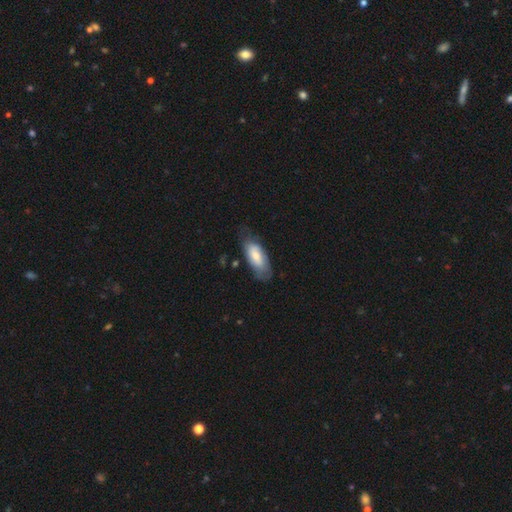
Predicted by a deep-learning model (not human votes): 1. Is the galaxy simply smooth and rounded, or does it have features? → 66% smooth, 28% featured or disk, 6% star or artifact.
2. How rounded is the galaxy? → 84% in between, 14% cigar-shaped, 2% round.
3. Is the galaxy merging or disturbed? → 61% none, 27% minor disturbance, 10% major disturbance, 2% merger.